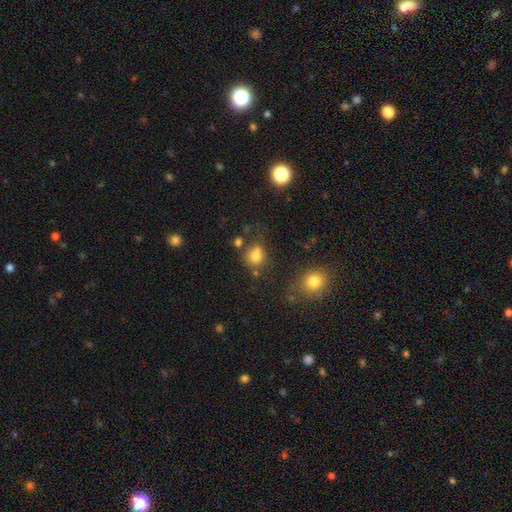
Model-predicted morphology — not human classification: Smooth or featured? smooth (75%)
How rounded? round (70%)
Merging? none (56%)